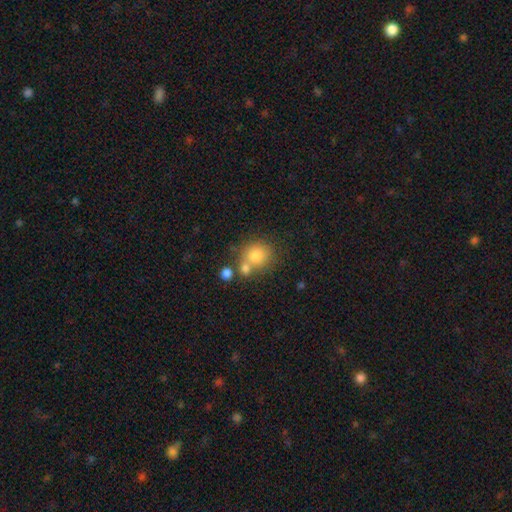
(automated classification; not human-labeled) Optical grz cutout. It shows a smooth galaxy with no disk features (78%) that is round (83%). Merging: none (55%).